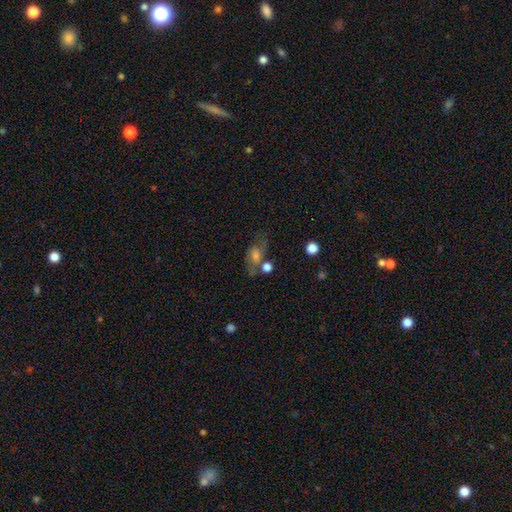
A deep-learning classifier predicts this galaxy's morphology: Smooth or featured? Predicted: featured or disk (p=0.43). Merging? Predicted: none (p=0.52).